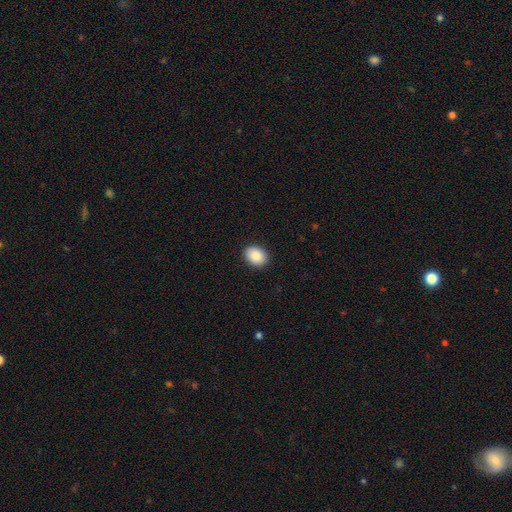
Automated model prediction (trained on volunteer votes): Morphology: type=smooth (89%); roundness=in between (65%); merging=none (91%).